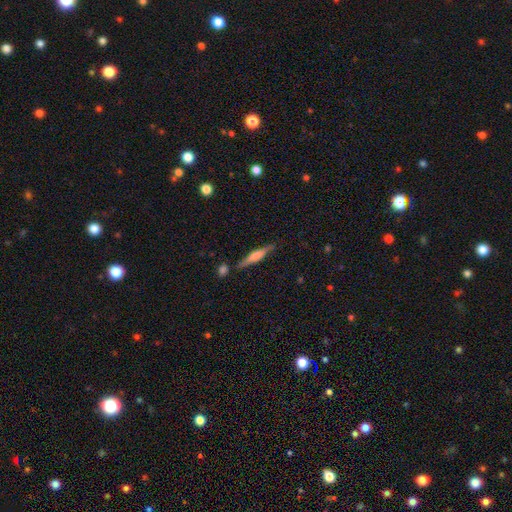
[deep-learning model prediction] This appears to be a featured or disk galaxy (57%) viewed edge-on (96%) with a rounded central bulge (65%). Merging: none (80%).